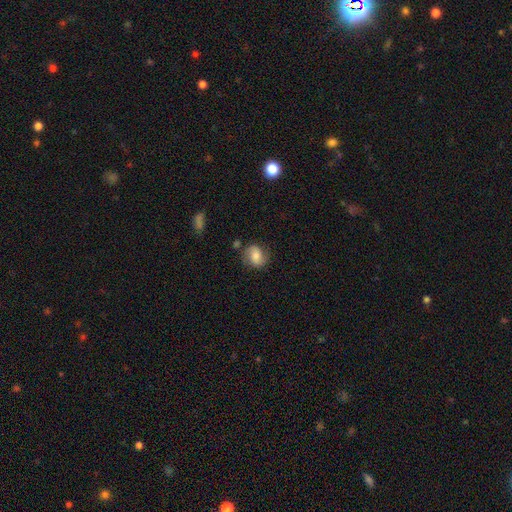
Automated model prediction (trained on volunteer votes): Smooth or featured? Predicted: smooth (p=0.62). How rounded? Predicted: round (p=0.59). Merging? Predicted: none (p=0.71).